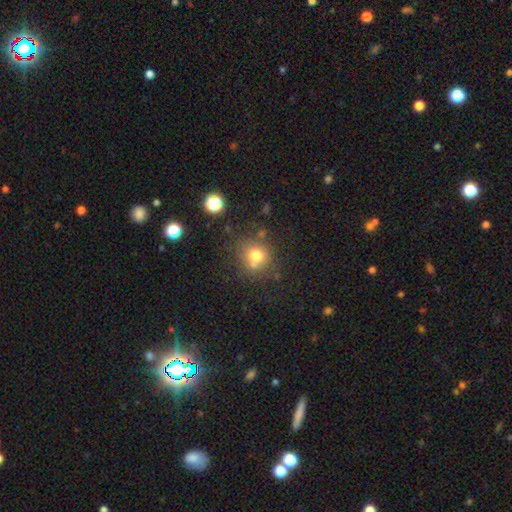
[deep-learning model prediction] Q: Smooth or featured?
A: smooth (72%); runner-up: star or artifact (15%)
Q: How rounded?
A: round (87%); runner-up: in between (12%)
Q: Merging?
A: none (64%); runner-up: merger (17%)